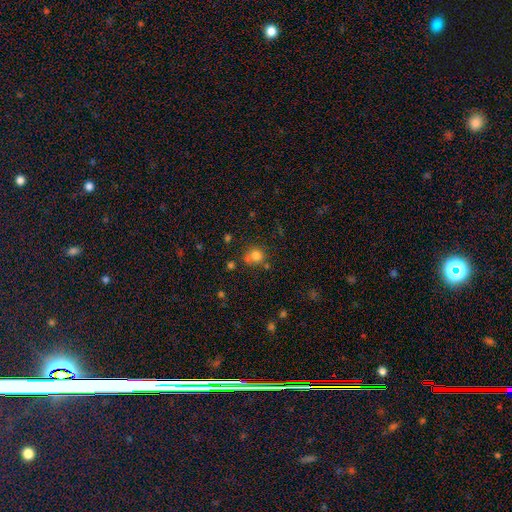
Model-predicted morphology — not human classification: The model was most divided on "merging": none: 58%, minor disturbance: 18%, merger: 17%, major disturbance: 7%. More confident: how rounded — round (81%); smooth or featured — smooth (79%).